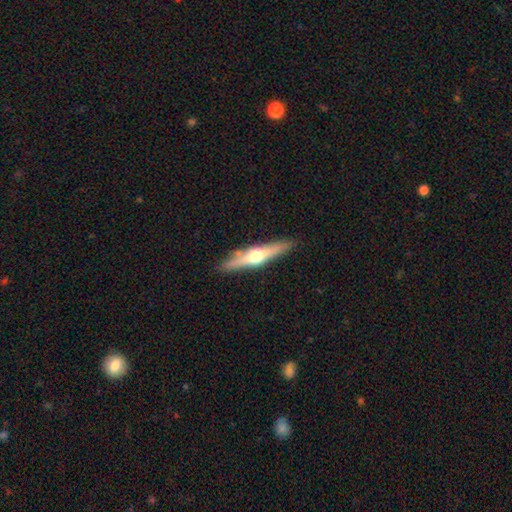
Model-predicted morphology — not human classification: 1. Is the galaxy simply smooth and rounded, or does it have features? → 66% featured or disk, 29% smooth, 5% star or artifact.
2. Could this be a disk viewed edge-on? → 96% yes, 4% no.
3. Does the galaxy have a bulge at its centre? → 94% rounded, 3% boxy, 3% none.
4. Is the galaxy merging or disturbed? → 88% none, 8% minor disturbance, 2% merger, 2% major disturbance.